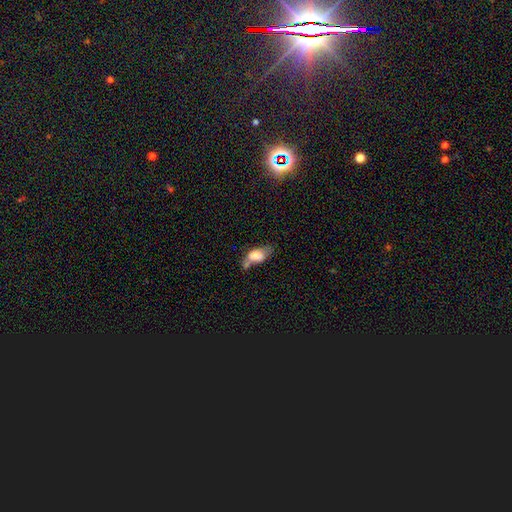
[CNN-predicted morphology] Smooth or featured: smooth — 70% (featured or disk — 21%)
How rounded: in between — 88% (round — 6%)
Merging: merger — 34% (none — 26%)